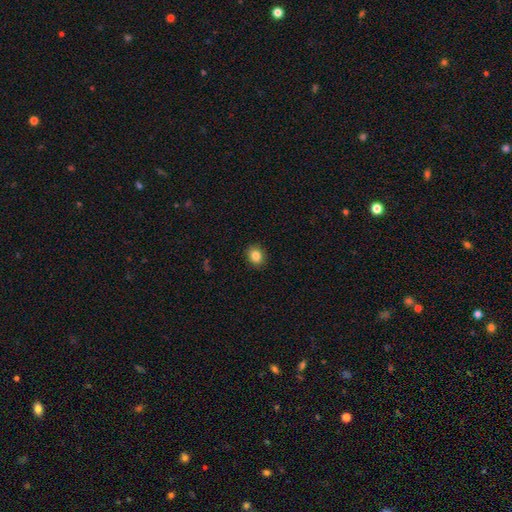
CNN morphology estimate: A smooth galaxy with no disk features (85%) that is round (64%). Merging: none (90%).